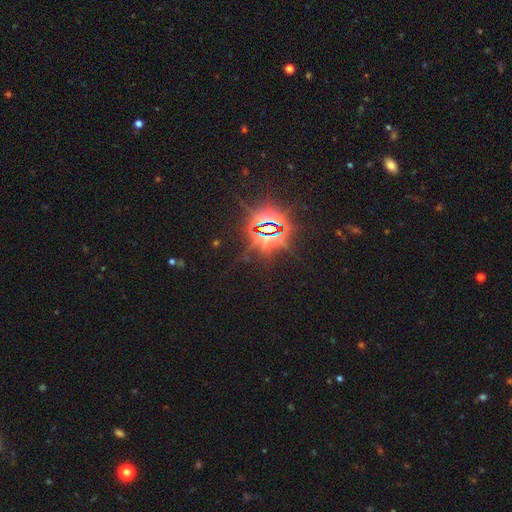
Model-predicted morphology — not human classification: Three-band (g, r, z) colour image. It shows a star or artifact, not a galaxy (86%).